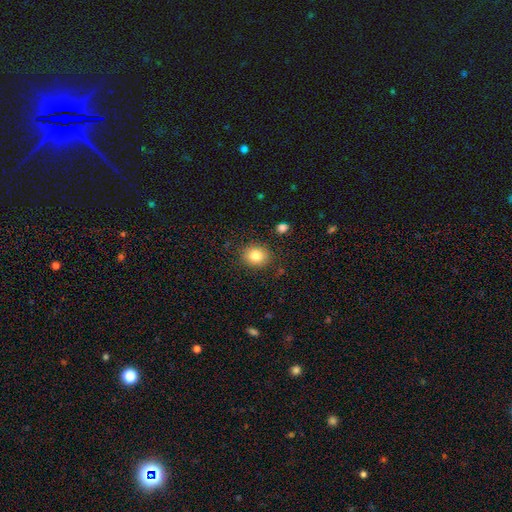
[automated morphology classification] Smooth or featured? smooth (82%)
How rounded? round (73%)
Merging? none (88%)